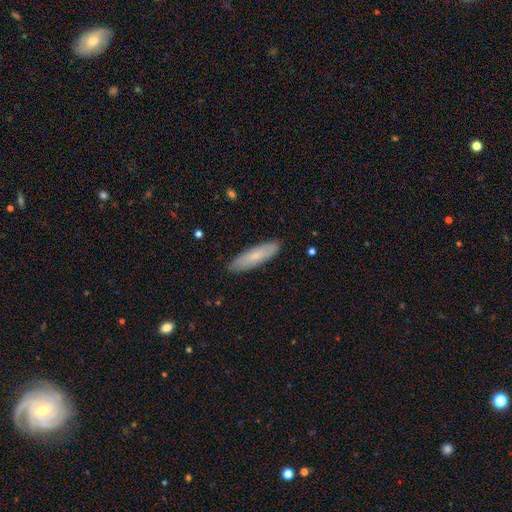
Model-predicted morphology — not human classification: This appears to be a smooth galaxy with no disk features (70%) that is cigar-shaped (72%). Merging: none (88%).